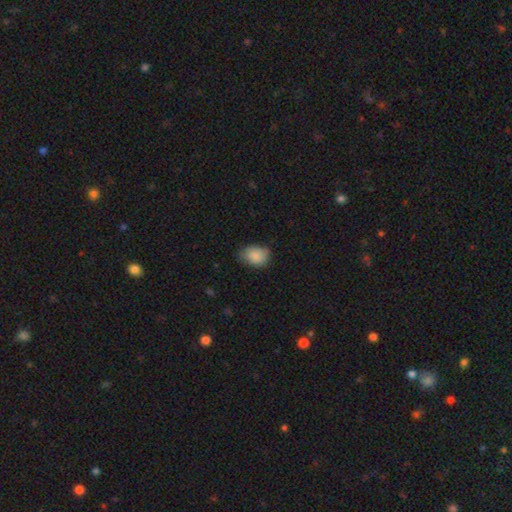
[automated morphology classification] A smooth galaxy with no disk features (87%) that is in between round and cigar-shaped (73%).

Vote fractions:
- Smooth or featured? smooth: 87% / star or artifact: 7% / featured or disk: 6%
- How rounded? in between: 73% / round: 26% / cigar-shaped: 1%
- Merging? none: 64% / minor disturbance: 30% / major disturbance: 5% / merger: 1%